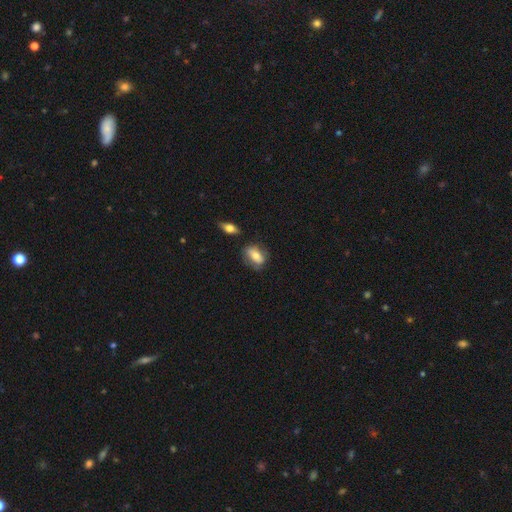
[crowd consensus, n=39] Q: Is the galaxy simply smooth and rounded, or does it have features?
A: smooth — 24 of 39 (62%).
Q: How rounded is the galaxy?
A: in between — 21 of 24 (88%).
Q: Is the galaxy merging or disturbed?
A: none — 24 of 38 (63%).